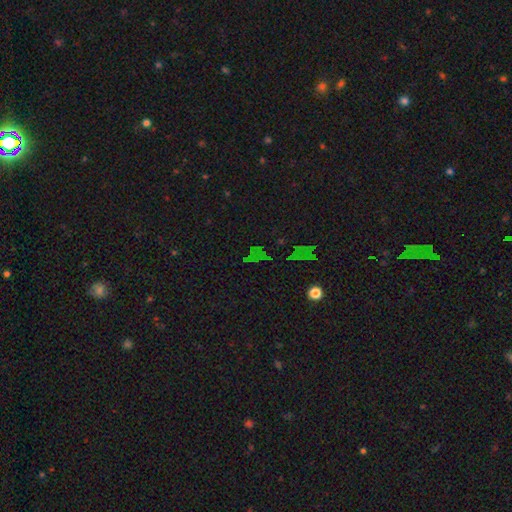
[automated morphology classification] A star or artifact, not a galaxy (68%).

Vote fractions:
- Smooth or featured? star or artifact: 68% / smooth: 22% / featured or disk: 11%